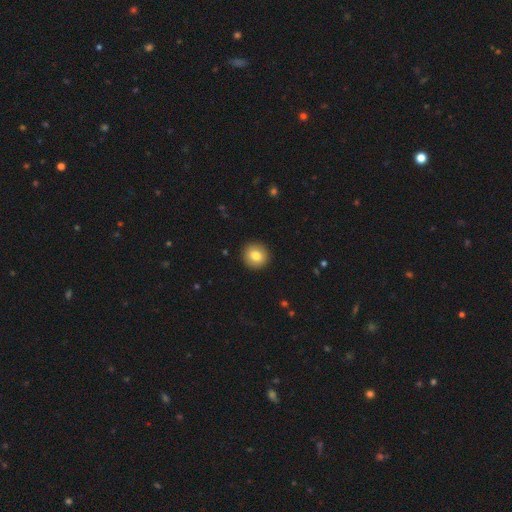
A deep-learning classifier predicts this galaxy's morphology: smooth_or_featured: smooth (p=0.81) [alt: featured or disk p=0.10]
how_rounded: round (p=0.92) [alt: in between p=0.07]
merging: none (p=0.92) [alt: minor disturbance p=0.05]